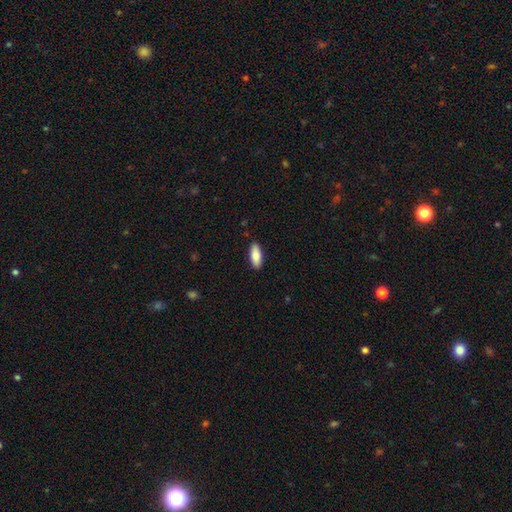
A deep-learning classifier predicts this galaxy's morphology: Smooth or featured? smooth (82%)
How rounded? in between (71%)
Merging? none (89%)